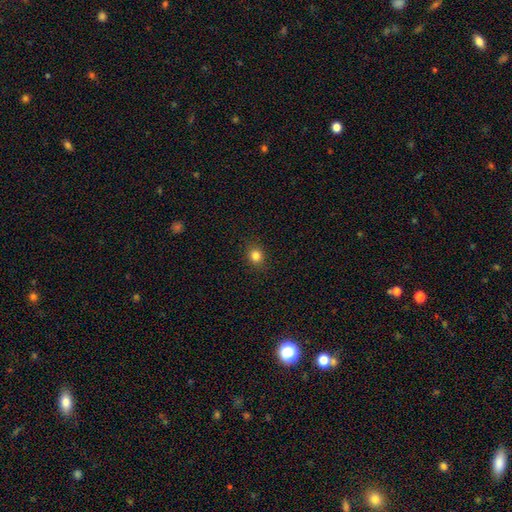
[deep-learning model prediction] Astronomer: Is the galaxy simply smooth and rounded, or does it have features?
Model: smooth — 83%.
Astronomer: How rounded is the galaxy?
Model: round — 74%.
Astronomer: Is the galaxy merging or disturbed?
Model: none — 90%.